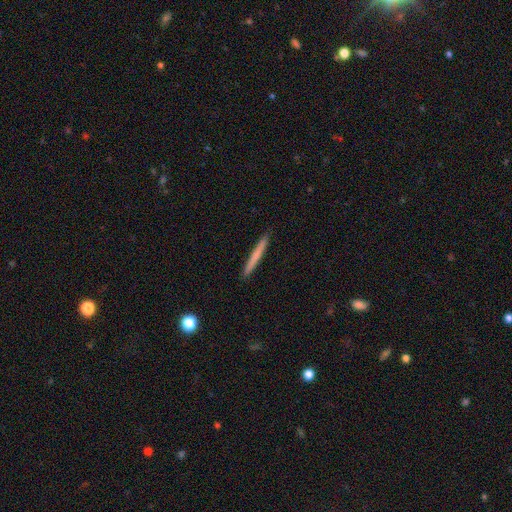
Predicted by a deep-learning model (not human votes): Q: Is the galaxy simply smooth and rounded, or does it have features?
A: smooth — 65%.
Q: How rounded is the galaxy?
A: cigar-shaped — 97%.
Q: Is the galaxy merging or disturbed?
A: none — 92%.